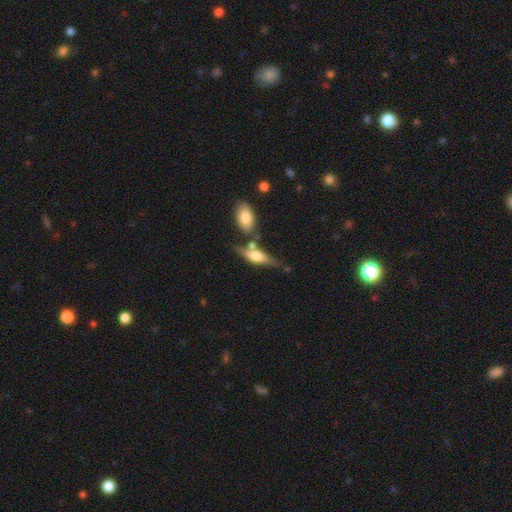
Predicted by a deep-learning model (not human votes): smooth-or-featured: featured or disk: 55% | smooth: 38% | star or artifact: 7%
  disk-edge-on: yes: 91% | no: 9%
    edge-on-bulge: rounded: 88% | boxy: 10% | none: 3%
  merging: none: 64% | merger: 16% | minor disturbance: 16% | major disturbance: 5%